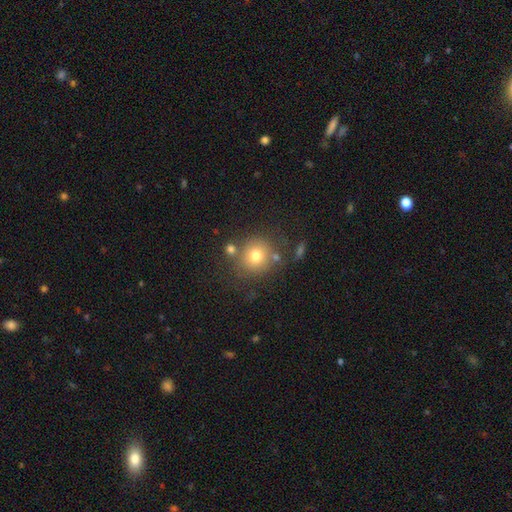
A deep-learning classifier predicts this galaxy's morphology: smooth 74%, featured or disk 13%, star or artifact 13%. Down the decision tree: how rounded — round (88%); merging — none (72%).